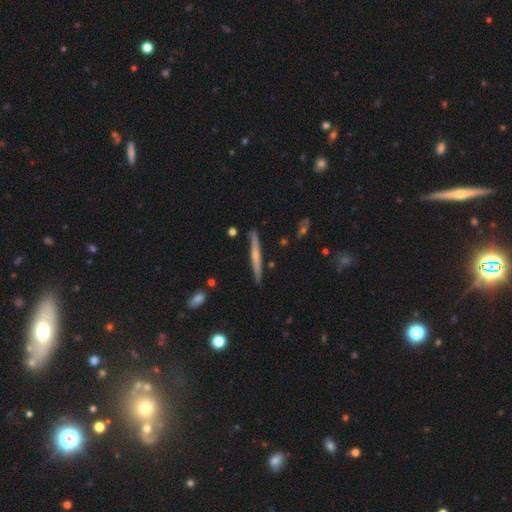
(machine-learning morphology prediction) Q: Smooth or featured?
A: featured or disk (57%); runner-up: smooth (37%)
Q: Edge-on disk?
A: yes (97%); runner-up: no (3%)
Q: Edge-on bulge?
A: rounded (48%); runner-up: none (46%)
Q: Merging?
A: none (88%); runner-up: minor disturbance (8%)